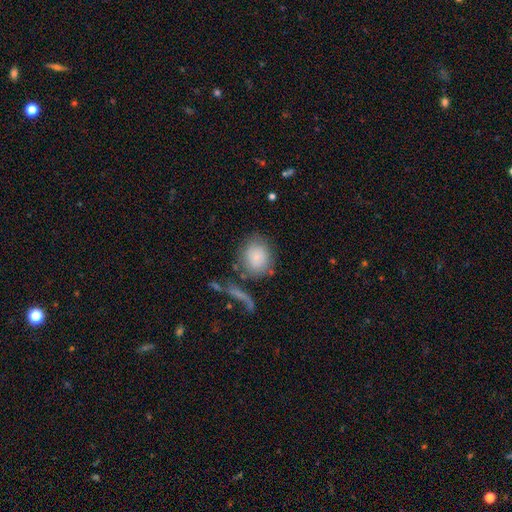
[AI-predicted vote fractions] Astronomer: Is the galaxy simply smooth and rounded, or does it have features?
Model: smooth — 80%.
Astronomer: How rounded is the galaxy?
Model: round — 70%.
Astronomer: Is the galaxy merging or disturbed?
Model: none — 64%.